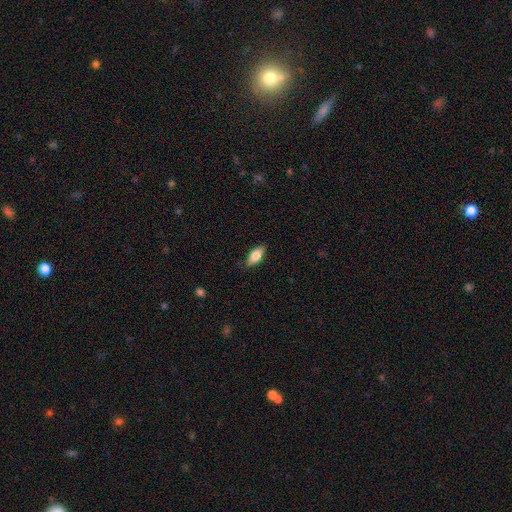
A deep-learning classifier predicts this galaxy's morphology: Smooth or featured: smooth — 76% (featured or disk — 17%)
How rounded: in between — 84% (cigar-shaped — 13%)
Merging: none — 82% (minor disturbance — 15%)